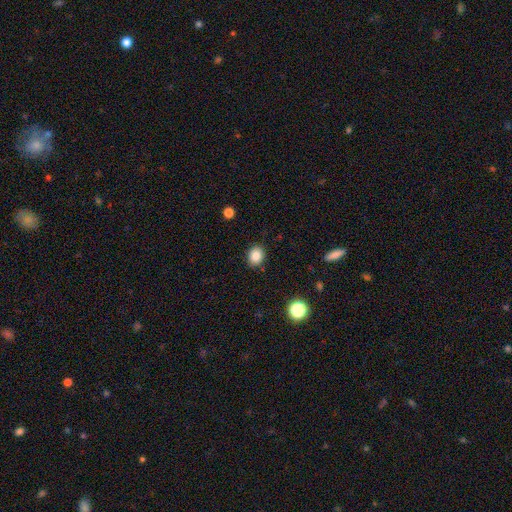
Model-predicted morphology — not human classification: A smooth galaxy with no disk features (86%) that is round (61%). Merging: none (87%).